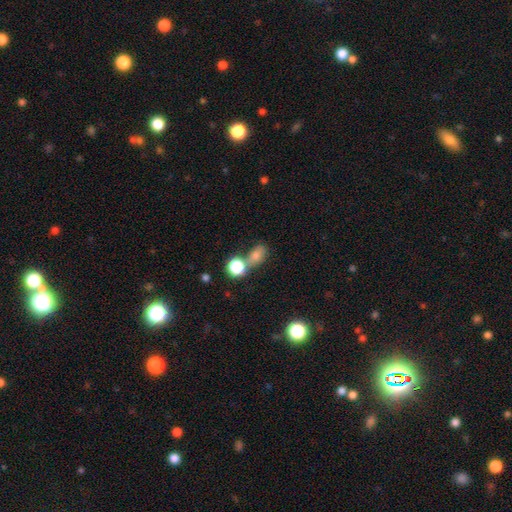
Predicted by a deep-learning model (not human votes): Smooth or featured: smooth — 73% (star or artifact — 16%)
How rounded: in between — 65% (round — 32%)
Merging: none — 45% (merger — 33%)